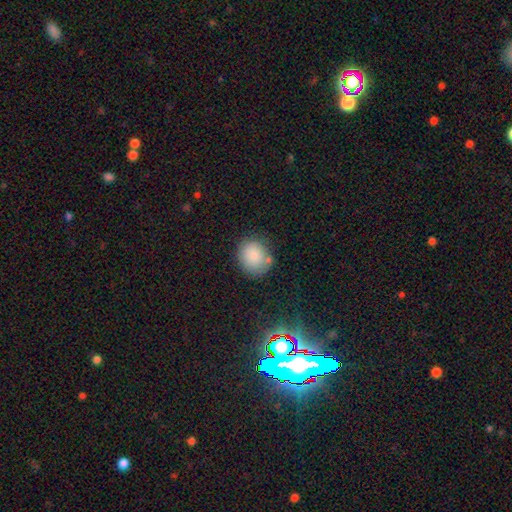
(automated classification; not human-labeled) A smooth galaxy with no disk features (85%) that is round (75%). Merging: none (71%).